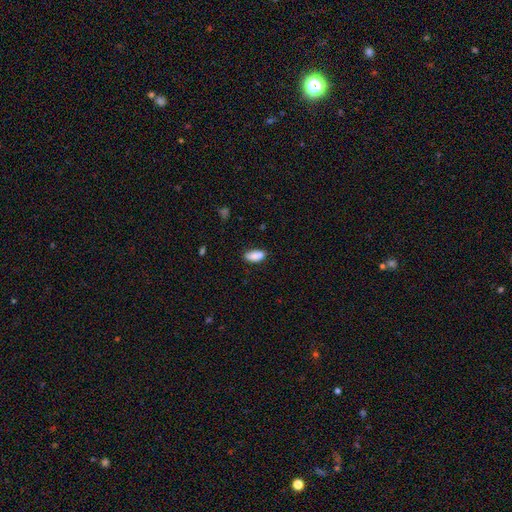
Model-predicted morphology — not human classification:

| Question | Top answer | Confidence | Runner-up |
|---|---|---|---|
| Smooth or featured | smooth | 85% | star or artifact (8%) |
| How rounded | in between | 88% | cigar-shaped (9%) |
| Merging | none | 68% | minor disturbance (20%) |